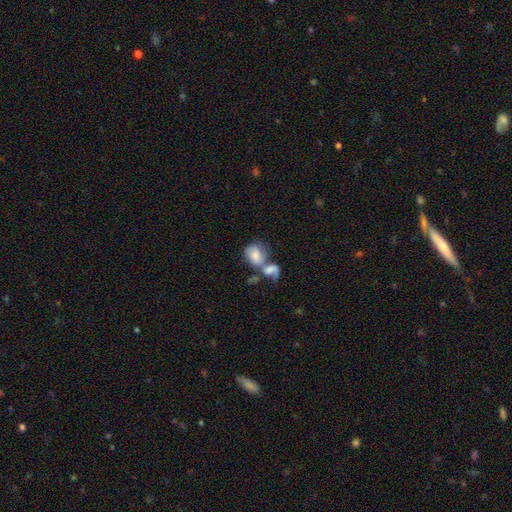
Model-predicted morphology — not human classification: Smooth or featured? Predicted: smooth (p=0.58). How rounded? Predicted: in between (p=0.64). Merging? Predicted: merger (p=0.68).